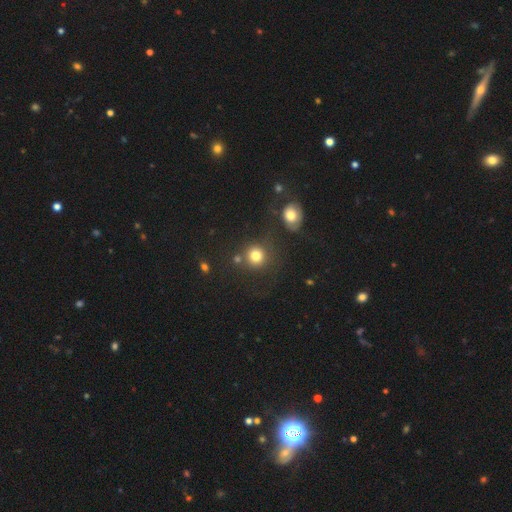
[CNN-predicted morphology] Overall: smooth (79%). How rounded: round (90%). Merging: none (70%).